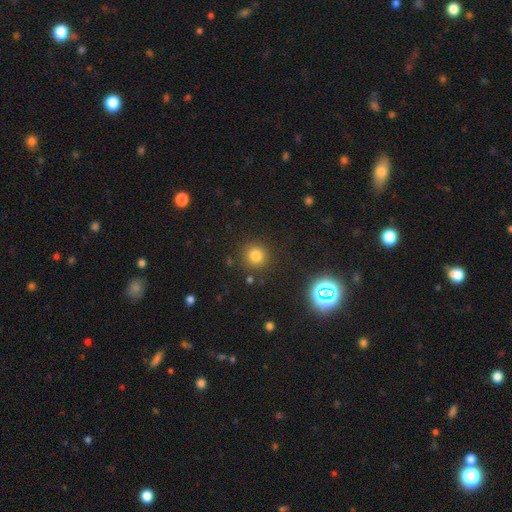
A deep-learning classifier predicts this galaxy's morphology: Smooth or featured? smooth (78%)
How rounded? round (93%)
Merging? none (88%)